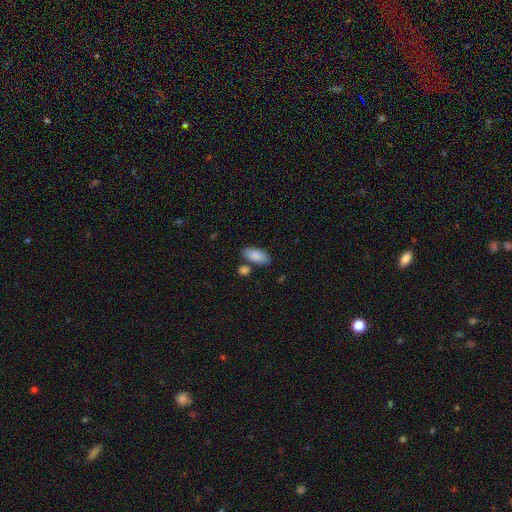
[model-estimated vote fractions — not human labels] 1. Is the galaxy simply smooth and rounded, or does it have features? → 87% smooth, 6% featured or disk, 6% star or artifact.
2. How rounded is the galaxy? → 90% in between, 7% cigar-shaped, 2% round.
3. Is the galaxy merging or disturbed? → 75% none, 12% minor disturbance, 10% merger, 3% major disturbance.